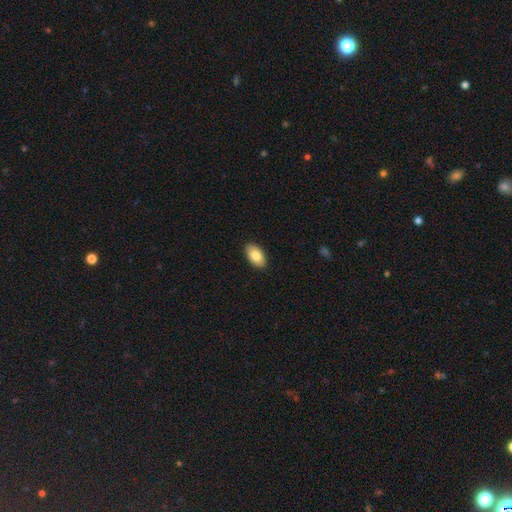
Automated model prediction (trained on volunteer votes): This is clearly a smooth galaxy (83%). How rounded: clearly in between (94%). Merging: clearly none (91%).